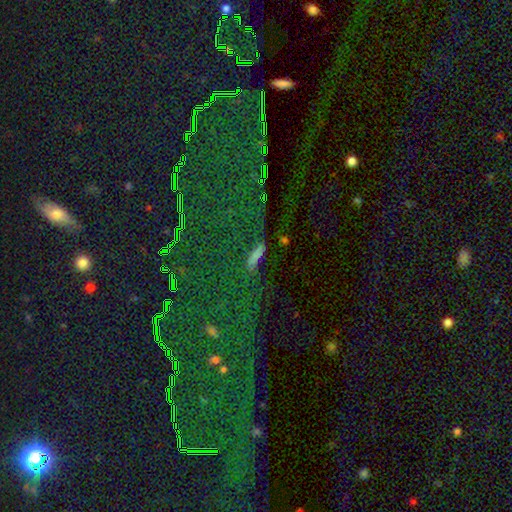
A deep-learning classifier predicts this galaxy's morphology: A star or artifact, not a galaxy (47%).

Vote fractions:
- Smooth or featured? star or artifact: 47% / smooth: 42% / featured or disk: 12%